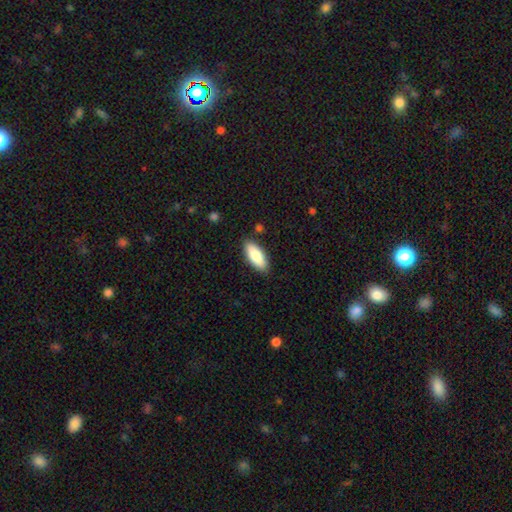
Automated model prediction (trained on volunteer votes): Morphology: type=smooth (83%); roundness=in between (80%); merging=none (86%).